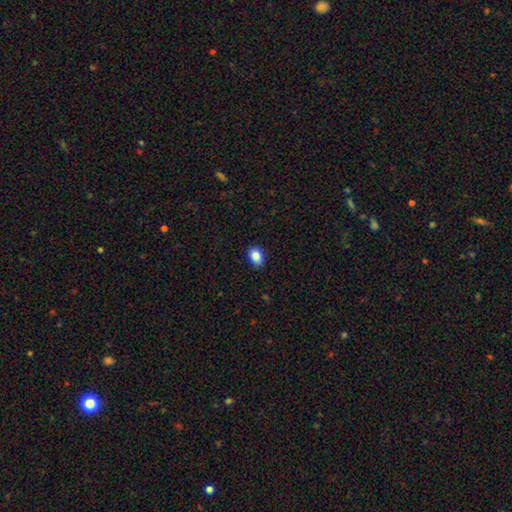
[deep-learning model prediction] Q: Smooth or featured?
A: smooth (87%); runner-up: star or artifact (8%)
Q: How rounded?
A: in between (78%); runner-up: round (21%)
Q: Merging?
A: none (87%); runner-up: minor disturbance (10%)